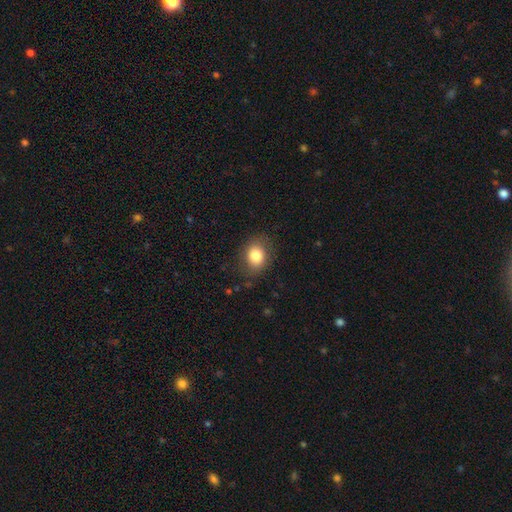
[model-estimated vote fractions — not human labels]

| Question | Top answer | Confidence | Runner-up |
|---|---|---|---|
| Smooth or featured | smooth | 82% | star or artifact (9%) |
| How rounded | in between | 50% | round (49%) |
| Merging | none | 81% | minor disturbance (13%) |